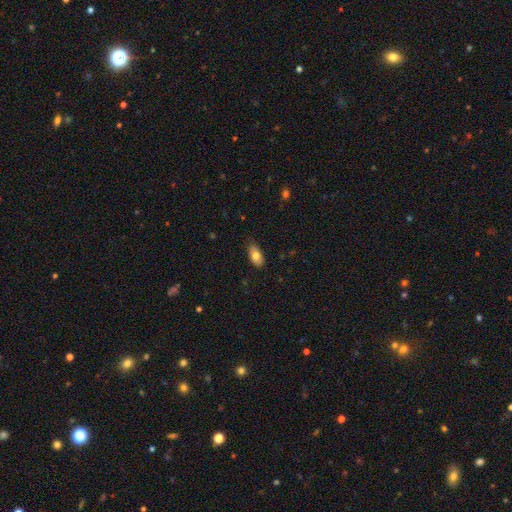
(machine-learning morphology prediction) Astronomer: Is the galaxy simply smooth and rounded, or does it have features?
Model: smooth — 78%.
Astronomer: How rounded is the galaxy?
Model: in between — 92%.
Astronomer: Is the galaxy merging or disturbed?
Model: none — 78%.